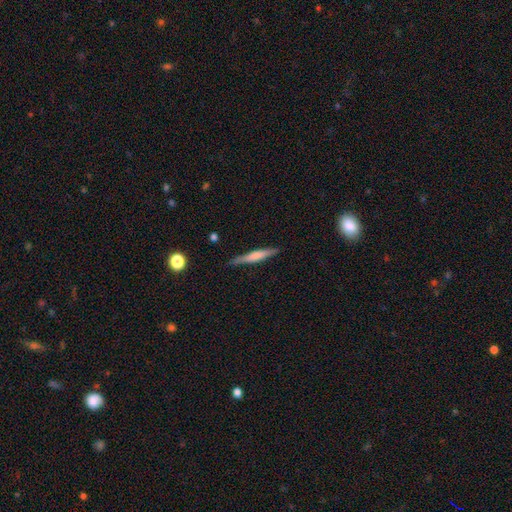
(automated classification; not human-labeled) Overall: featured or disk (48%; smooth 46%). Merging: none (87%).